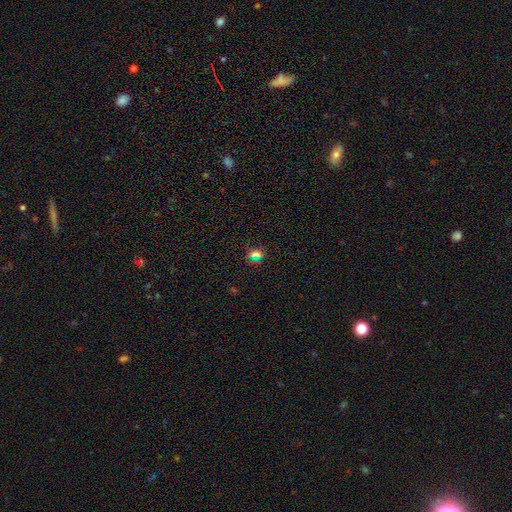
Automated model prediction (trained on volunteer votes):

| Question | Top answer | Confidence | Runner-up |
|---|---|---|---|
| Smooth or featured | smooth | 58% | star or artifact (33%) |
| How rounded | round | 59% | in between (36%) |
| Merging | none | 85% | minor disturbance (9%) |